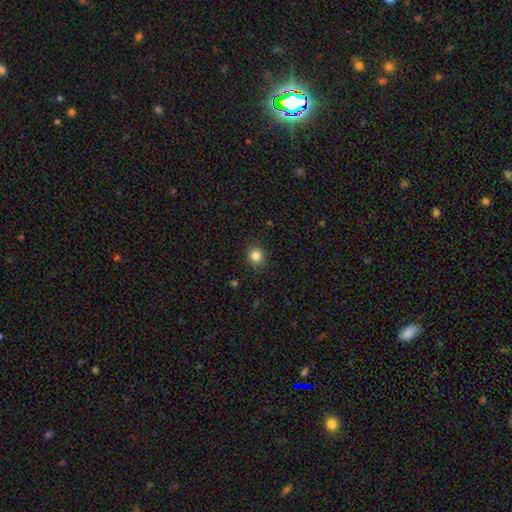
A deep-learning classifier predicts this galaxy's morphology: This appears to be a smooth galaxy with no disk features (84%) that is round (84%). Merging: none (90%).